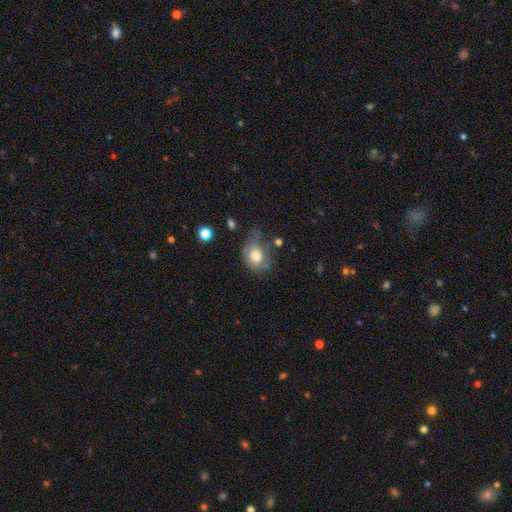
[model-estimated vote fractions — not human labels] smooth_or_featured: smooth (p=0.75) [alt: featured or disk p=0.17]
how_rounded: in between (p=0.51) [alt: round p=0.48]
merging: none (p=0.44) [alt: minor disturbance p=0.34]